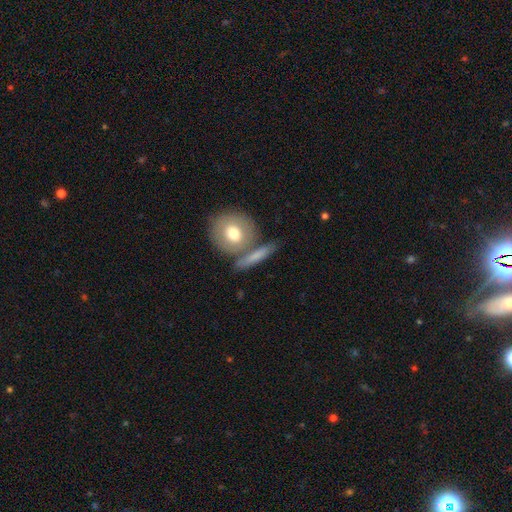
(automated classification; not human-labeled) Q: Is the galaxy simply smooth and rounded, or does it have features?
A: smooth — 67%.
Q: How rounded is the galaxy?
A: cigar-shaped — 42%.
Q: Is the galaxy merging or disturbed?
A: none — 64%.